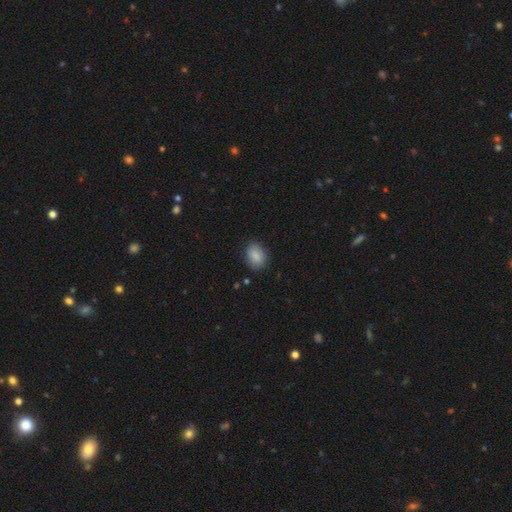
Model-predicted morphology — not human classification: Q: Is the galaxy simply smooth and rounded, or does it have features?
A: smooth — 86%.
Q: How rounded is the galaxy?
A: in between — 67%.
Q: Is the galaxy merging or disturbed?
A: none — 82%.